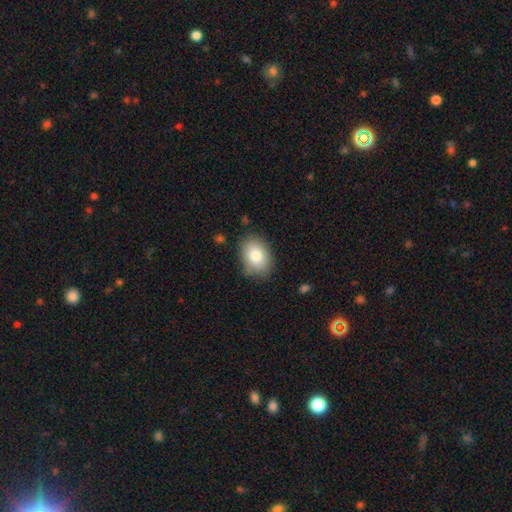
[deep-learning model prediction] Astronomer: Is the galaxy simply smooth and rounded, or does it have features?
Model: smooth — 81%.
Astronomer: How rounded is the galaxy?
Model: in between — 74%.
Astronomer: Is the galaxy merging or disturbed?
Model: none — 80%.